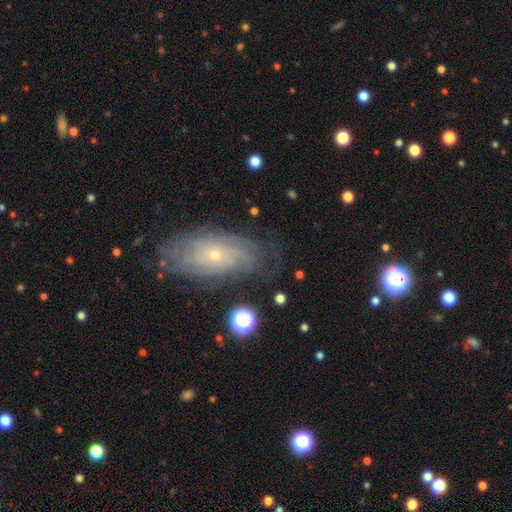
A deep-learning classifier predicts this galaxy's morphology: A featured or disk galaxy (59%). Merging: none (79%).